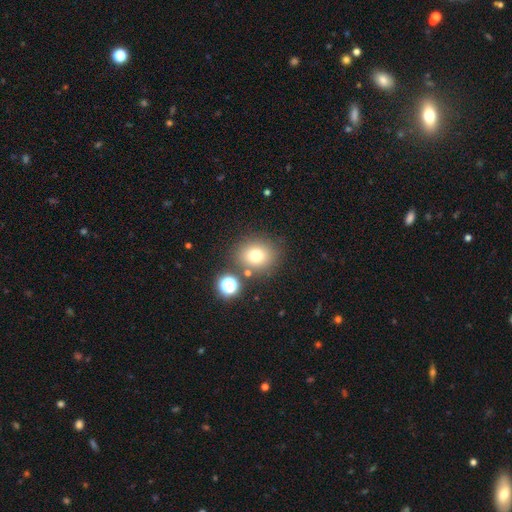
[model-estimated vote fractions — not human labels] Smooth or featured? smooth (74%)
How rounded? round (74%)
Merging? none (77%)